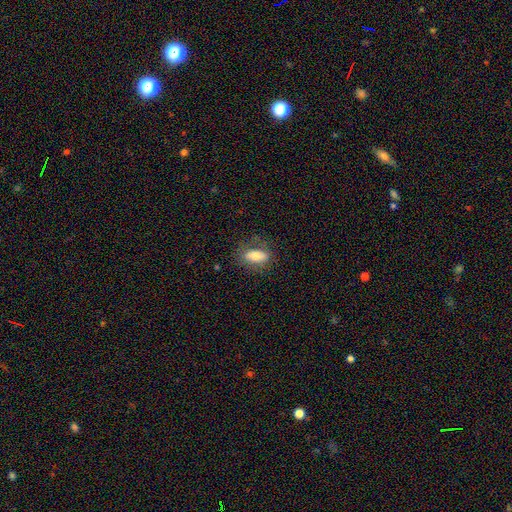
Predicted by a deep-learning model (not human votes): smooth_or_featured: smooth (p=0.69) [alt: featured or disk p=0.23]
how_rounded: in between (p=0.84) [alt: cigar-shaped p=0.10]
merging: none (p=0.73) [alt: minor disturbance p=0.18]